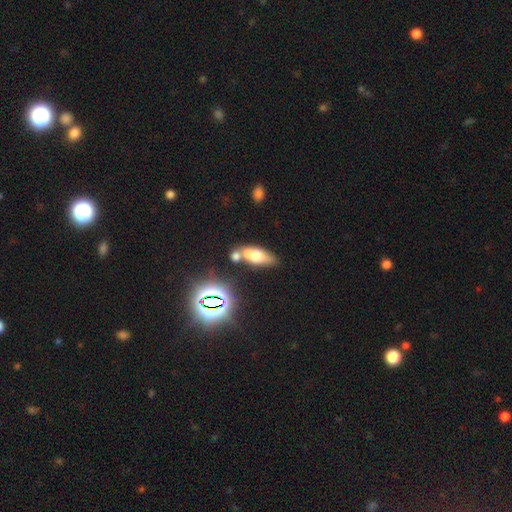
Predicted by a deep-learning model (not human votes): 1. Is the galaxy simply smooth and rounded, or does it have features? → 58% smooth, 27% featured or disk, 15% star or artifact.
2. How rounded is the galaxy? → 74% in between, 20% cigar-shaped, 6% round.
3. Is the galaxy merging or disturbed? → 43% none, 36% merger, 15% minor disturbance, 6% major disturbance.